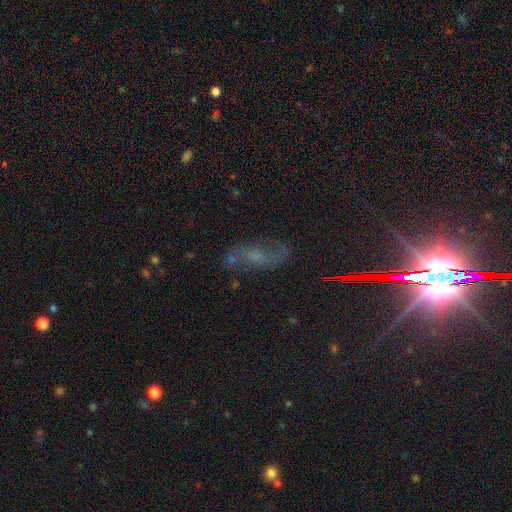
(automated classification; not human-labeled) Smooth or featured? Predicted: featured or disk (p=0.56). Edge-on disk? Predicted: no (p=0.89). Merging? Predicted: none (p=0.64).